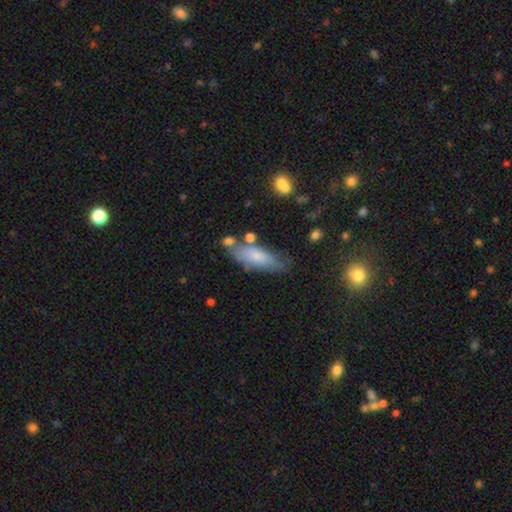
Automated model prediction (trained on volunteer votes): A smooth galaxy with no disk features (70%) that is in between round and cigar-shaped (61%). Merging: none (55%).